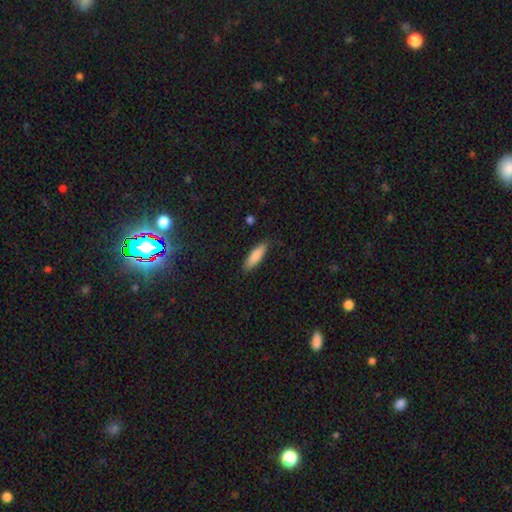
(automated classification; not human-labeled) Smooth or featured?
  - smooth: 84% *
  - featured or disk: 10%
  - star or artifact: 6%
How rounded?
  - cigar-shaped: 50% *
  - in between: 48%
  - round: 2%
Merging?
  - none: 84% *
  - minor disturbance: 13%
  - major disturbance: 3%
  - merger: 1%